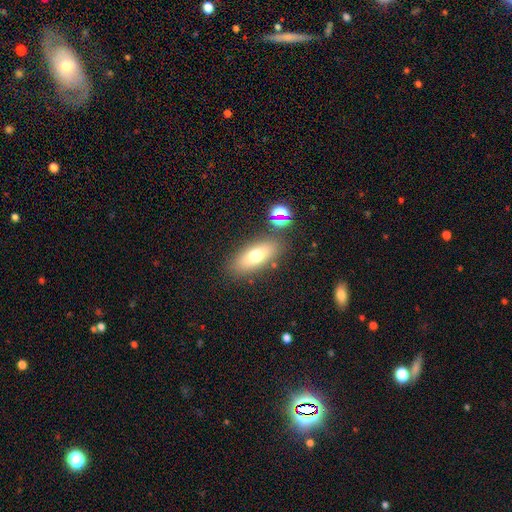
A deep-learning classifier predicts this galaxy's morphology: Smooth or featured? Predicted: smooth (p=0.67). How rounded? Predicted: in between (p=0.73). Merging? Predicted: none (p=0.80).